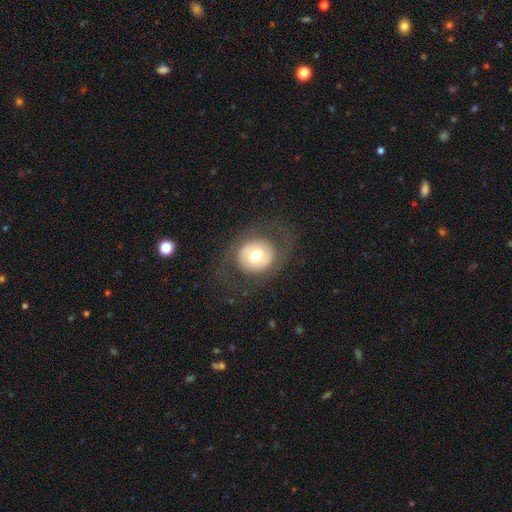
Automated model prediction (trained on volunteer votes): Morphology: type=smooth (54%); roundness=round (76%); merging=none (75%).